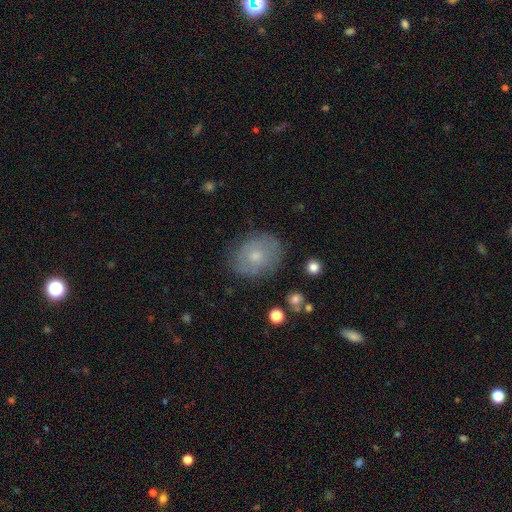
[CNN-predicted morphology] smooth 57%, featured or disk 35%, star or artifact 9%. Down the decision tree: how rounded — in between (50%); merging — none (77%).